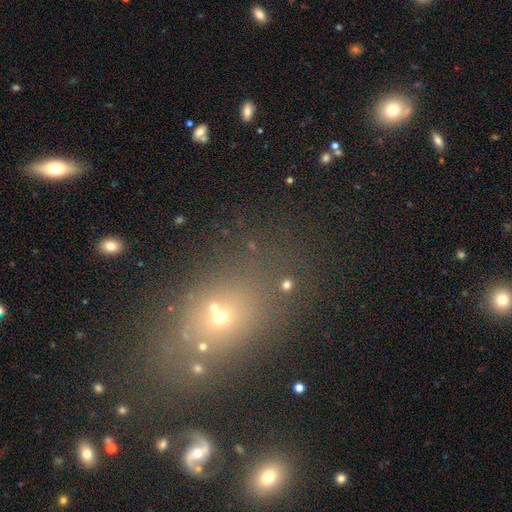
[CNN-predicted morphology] A smooth galaxy with no disk features (49%).

Vote fractions:
- Smooth or featured? smooth: 49% / star or artifact: 33% / featured or disk: 18%
- Merging? none: 70% / minor disturbance: 13% / merger: 10% / major disturbance: 7%